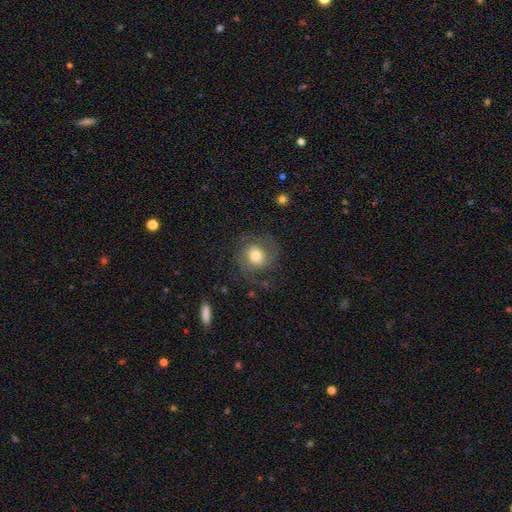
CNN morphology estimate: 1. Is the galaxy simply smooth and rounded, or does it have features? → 61% featured or disk, 30% smooth, 9% star or artifact.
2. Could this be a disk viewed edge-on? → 98% no, 2% yes.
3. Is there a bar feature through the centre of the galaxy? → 71% no, 24% weak, 6% strong.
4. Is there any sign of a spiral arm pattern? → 88% yes, 12% no.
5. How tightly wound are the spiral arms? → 49% medium, 29% tight, 22% loose.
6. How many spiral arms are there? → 82% 2, 8% can't tell, 4% 1, 3% 3, 2% 4, 2% more than 4.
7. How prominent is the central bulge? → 61% moderate, 24% large, 10% small, 3% dominant, 1% none.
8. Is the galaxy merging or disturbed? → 69% none, 15% minor disturbance, 15% major disturbance, 2% merger.